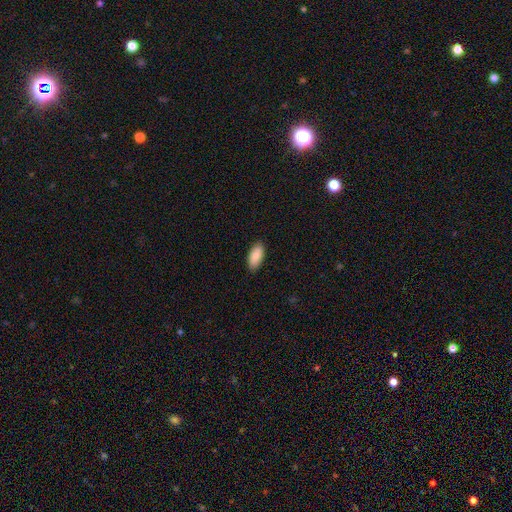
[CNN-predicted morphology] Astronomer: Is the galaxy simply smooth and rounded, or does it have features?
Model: smooth — 89%.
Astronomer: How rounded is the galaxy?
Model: in between — 91%.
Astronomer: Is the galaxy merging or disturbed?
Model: none — 88%.